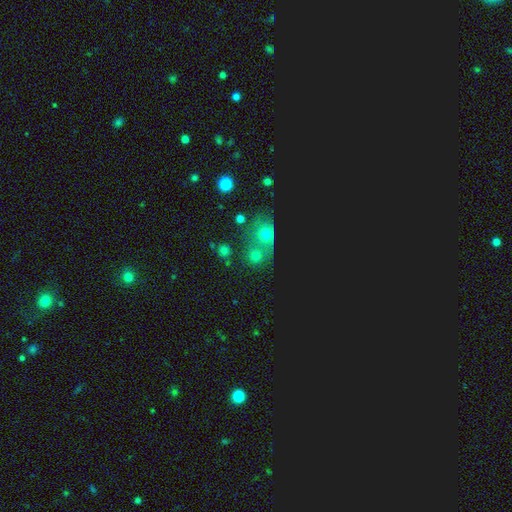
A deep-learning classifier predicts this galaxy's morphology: This is likely a smooth galaxy (60%). How rounded: clearly round (81%). Merging: possibly none (53%).